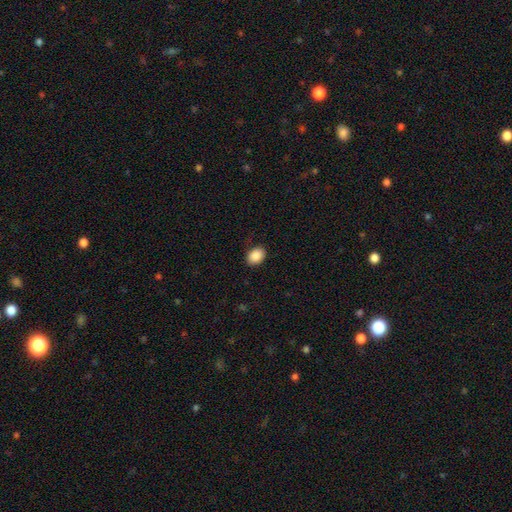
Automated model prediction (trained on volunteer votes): Morphology: type=smooth (89%); roundness=in between (73%); merging=none (87%).